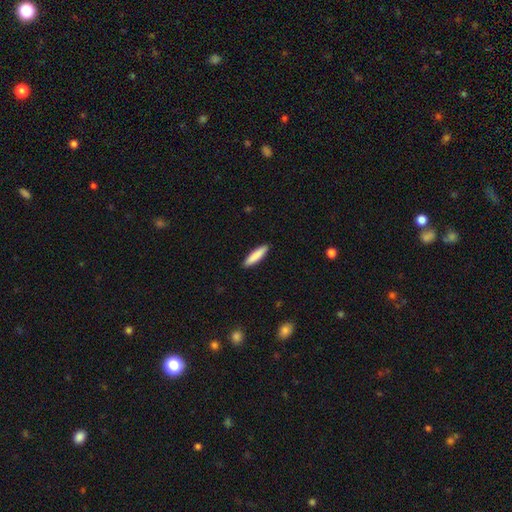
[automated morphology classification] smooth 86%, featured or disk 9%, star or artifact 5%. Down the decision tree: how rounded — cigar-shaped (82%); merging — none (91%).